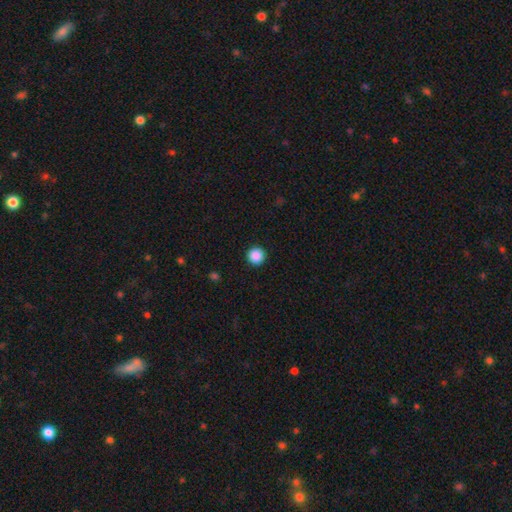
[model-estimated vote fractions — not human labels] smooth 89%, star or artifact 9%, featured or disk 2%. Down the decision tree: how rounded — round (97%); merging — none (93%).